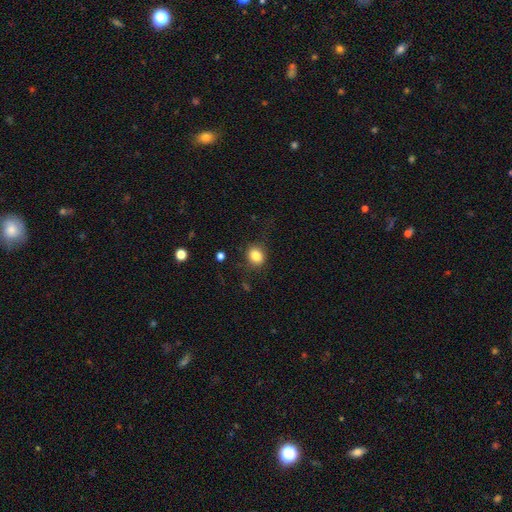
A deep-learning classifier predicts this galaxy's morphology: Smooth or featured? smooth (83%)
How rounded? round (66%)
Merging? none (80%)